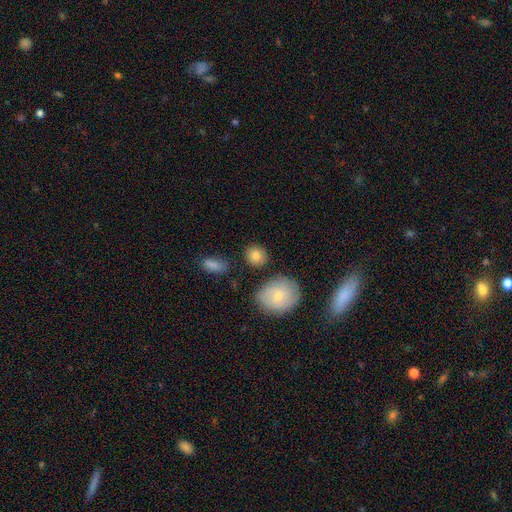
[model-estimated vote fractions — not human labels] Morphology: type=smooth (84%); roundness=round (83%); merging=none (84%).